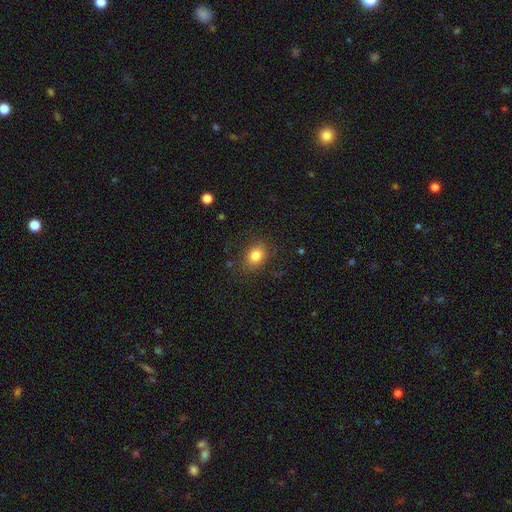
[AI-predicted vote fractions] Smooth or featured? smooth (83%)
How rounded? in between (59%)
Merging? none (82%)